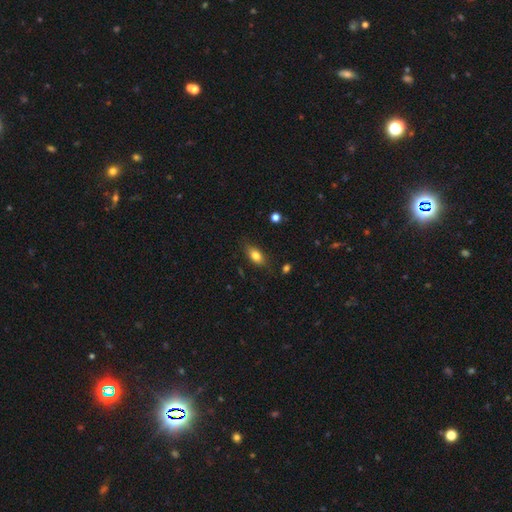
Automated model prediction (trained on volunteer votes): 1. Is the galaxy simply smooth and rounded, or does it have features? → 80% smooth, 12% featured or disk, 8% star or artifact.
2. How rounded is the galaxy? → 85% in between, 8% cigar-shaped, 7% round.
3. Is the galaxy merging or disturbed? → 78% none, 17% minor disturbance, 4% major disturbance, 2% merger.